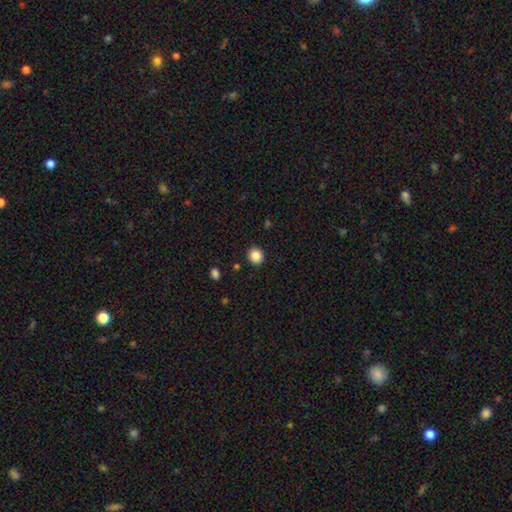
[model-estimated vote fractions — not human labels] Morphology: type=smooth (87%); roundness=round (79%); merging=none (90%).